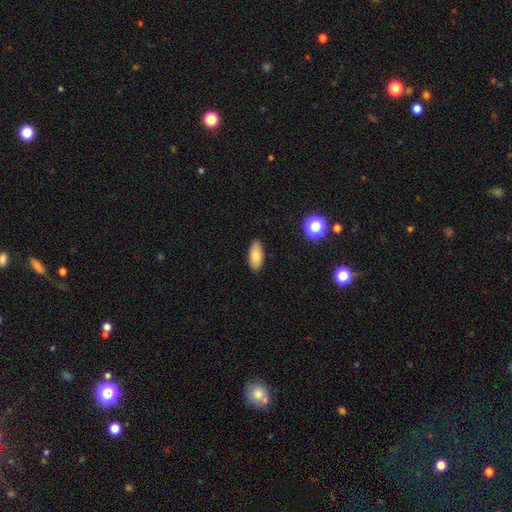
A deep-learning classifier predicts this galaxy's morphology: Overall: smooth (79%). How rounded: in between (91%). Merging: none (86%).